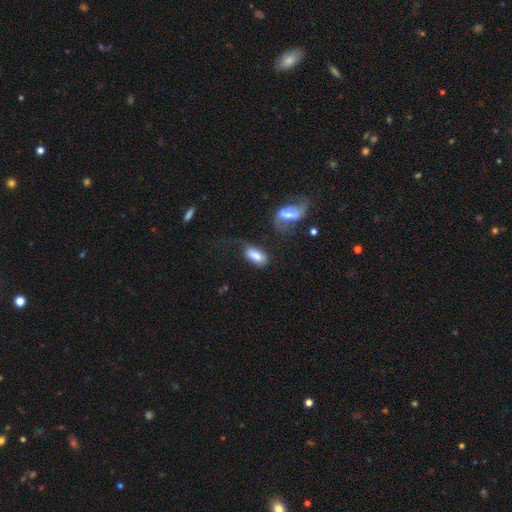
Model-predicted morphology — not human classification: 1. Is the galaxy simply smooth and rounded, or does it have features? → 77% smooth, 15% featured or disk, 8% star or artifact.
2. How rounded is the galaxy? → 89% in between, 7% cigar-shaped, 4% round.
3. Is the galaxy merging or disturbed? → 34% none, 28% major disturbance, 23% minor disturbance, 16% merger.